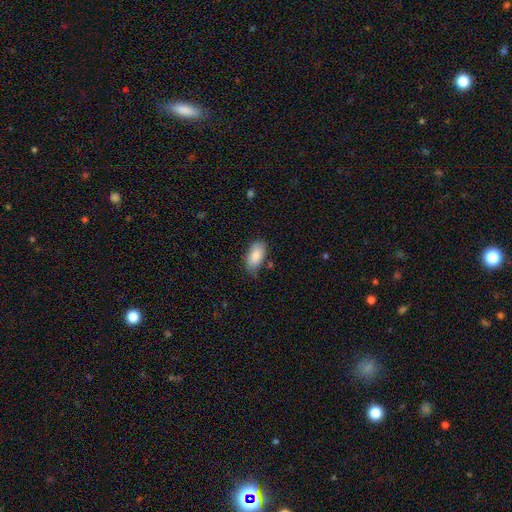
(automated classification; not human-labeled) smooth 86%, featured or disk 8%, star or artifact 6%. Down the decision tree: how rounded — in between (94%); merging — none (71%).